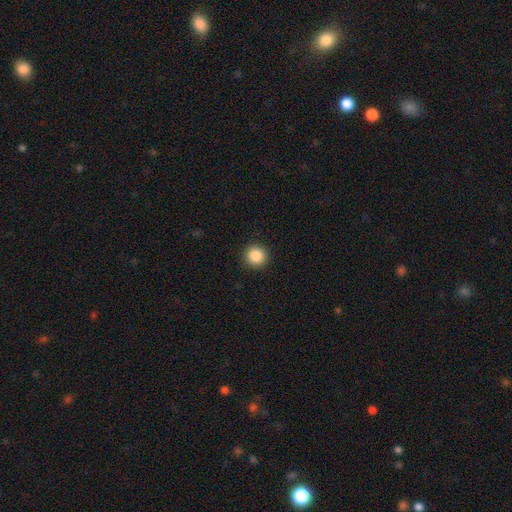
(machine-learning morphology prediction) Overall: smooth (87%). How rounded: round (94%). Merging: none (92%).